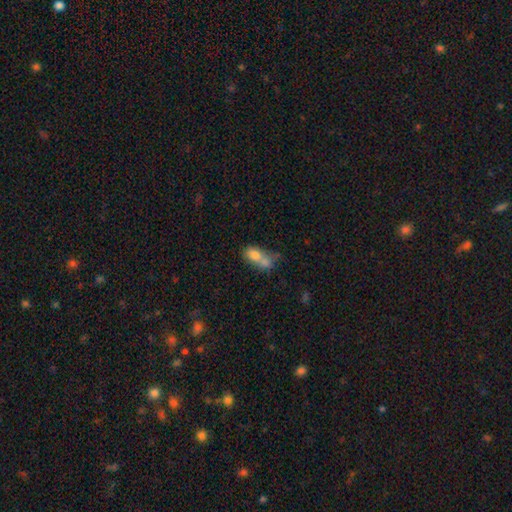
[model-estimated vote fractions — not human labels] Overall: smooth (69%). How rounded: in between (76%). Merging: merger (59%; none 21%).